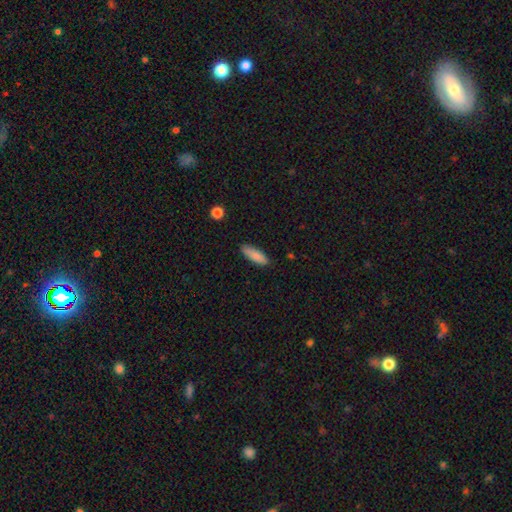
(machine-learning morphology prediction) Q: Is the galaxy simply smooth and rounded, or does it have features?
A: smooth — 87%.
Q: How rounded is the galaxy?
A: in between — 56%.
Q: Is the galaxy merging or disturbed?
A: none — 83%.